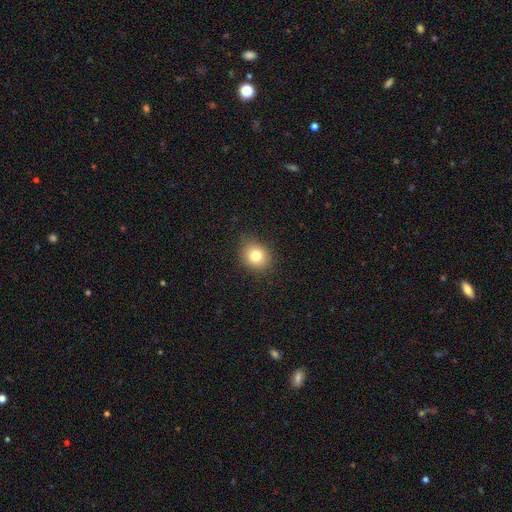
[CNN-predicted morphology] smooth 79%, star or artifact 12%, featured or disk 10%. Down the decision tree: how rounded — round (66%); merging — none (86%).